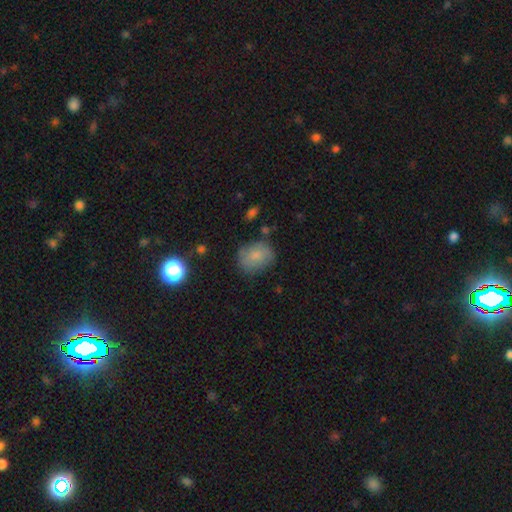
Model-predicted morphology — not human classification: smooth_or_featured: smooth (p=0.77) [alt: featured or disk p=0.13]
how_rounded: in between (p=0.52) [alt: round p=0.47]
merging: none (p=0.69) [alt: minor disturbance p=0.21]